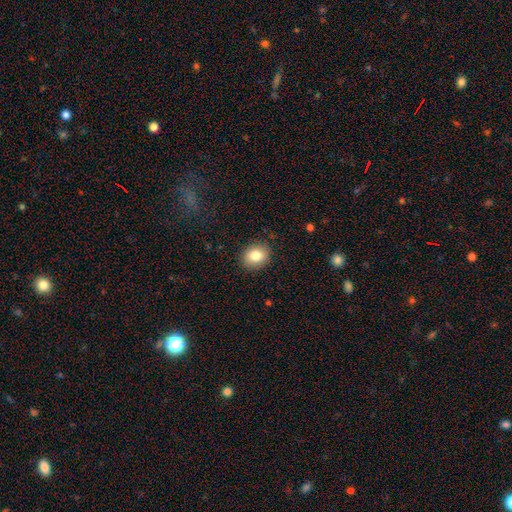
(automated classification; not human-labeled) The model was most divided on "how rounded": round: 59%, in between: 40%, cigar-shaped: 1%. More confident: merging — none (87%); smooth or featured — smooth (82%).